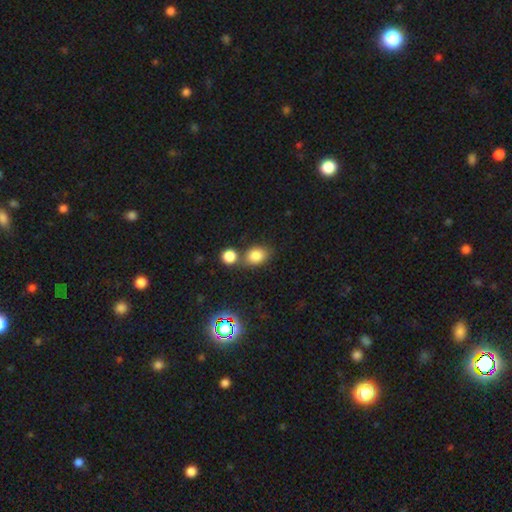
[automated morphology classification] This is likely a smooth galaxy (79%). How rounded: likely in between (62%). Merging: possibly none (59%).